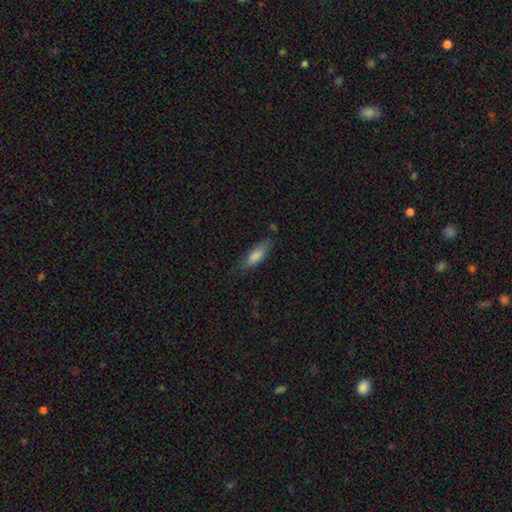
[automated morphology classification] Q: Smooth or featured?
A: smooth (80%); runner-up: featured or disk (13%)
Q: How rounded?
A: in between (60%); runner-up: cigar-shaped (39%)
Q: Merging?
A: none (71%); runner-up: minor disturbance (22%)